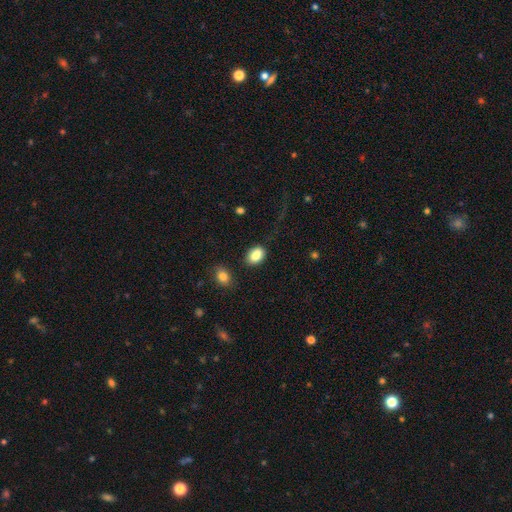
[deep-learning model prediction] Smooth or featured? smooth (86%)
How rounded? in between (80%)
Merging? none (82%)